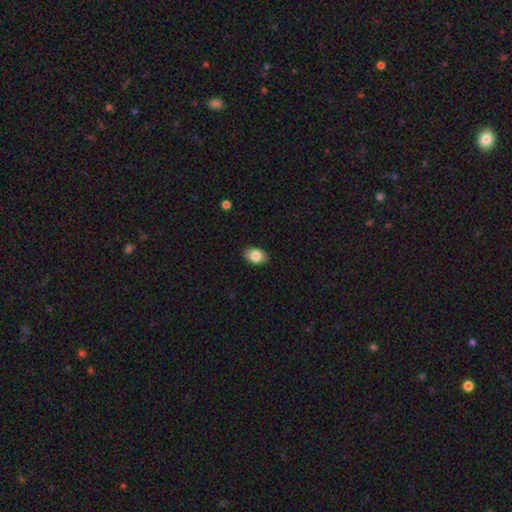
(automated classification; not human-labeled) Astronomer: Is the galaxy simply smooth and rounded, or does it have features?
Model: smooth — 85%.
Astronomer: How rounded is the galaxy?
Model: in between — 84%.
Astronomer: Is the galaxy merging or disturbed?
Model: none — 89%.